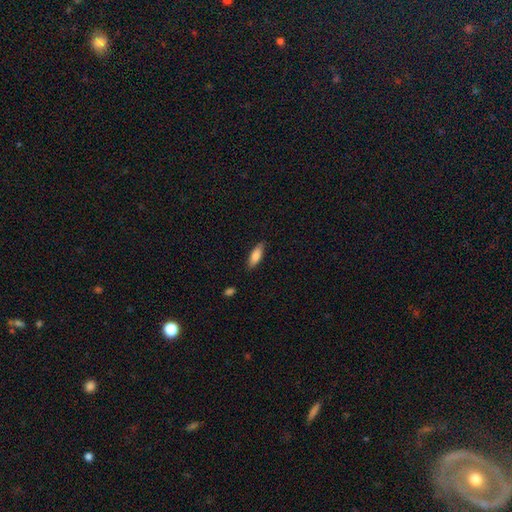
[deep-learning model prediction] This is clearly a smooth galaxy (82%). How rounded: likely in between (64%). Merging: clearly none (84%).